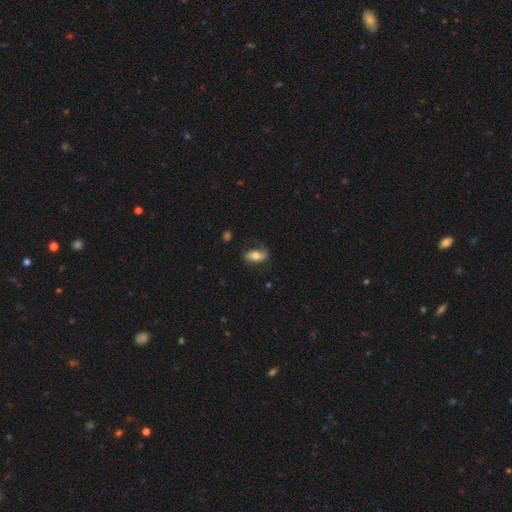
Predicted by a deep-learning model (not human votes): Smooth or featured? Predicted: smooth (p=0.64). How rounded? Predicted: in between (p=0.89). Merging? Predicted: none (p=0.68).